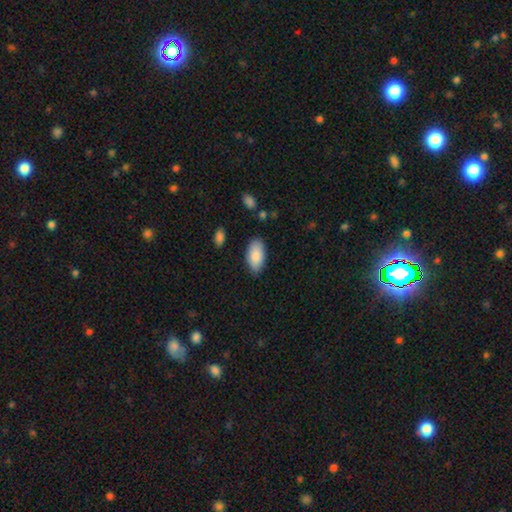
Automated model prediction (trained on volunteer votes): The model was most divided on "merging": none: 83%, minor disturbance: 13%, major disturbance: 3%, merger: 2%. More confident: how rounded — in between (94%); smooth or featured — smooth (87%).